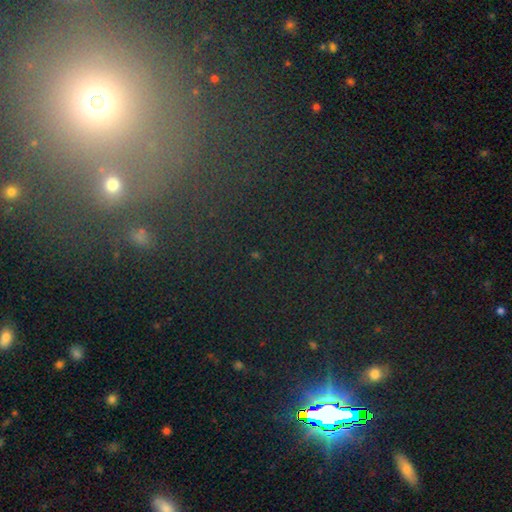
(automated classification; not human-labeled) Q: Smooth or featured?
A: star or artifact (70%); runner-up: smooth (19%)